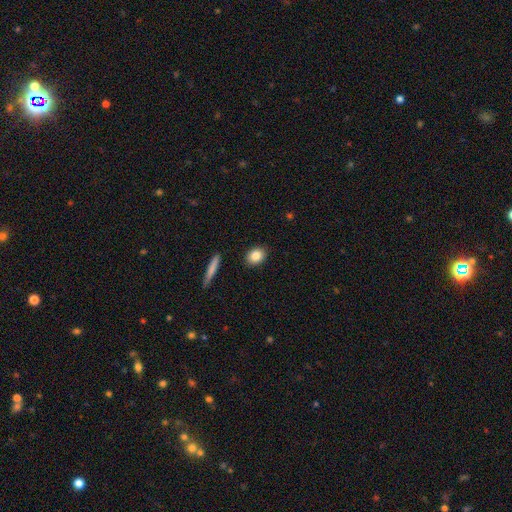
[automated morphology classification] smooth-or-featured: smooth: 84% | star or artifact: 8% | featured or disk: 8%
  how-rounded: in between: 52% | round: 45% | cigar-shaped: 3%
  merging: none: 90% | minor disturbance: 7% | major disturbance: 2% | merger: 2%